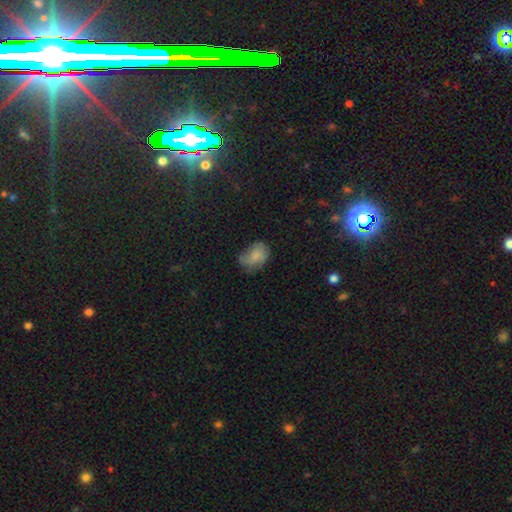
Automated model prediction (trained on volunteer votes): Morphology: type=smooth (67%); roundness=in between (74%); merging=none (45%).